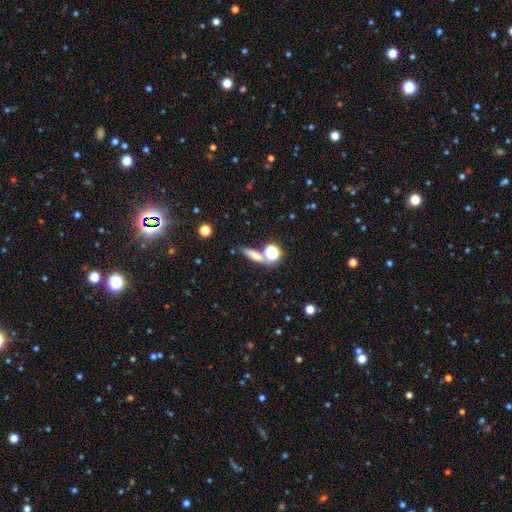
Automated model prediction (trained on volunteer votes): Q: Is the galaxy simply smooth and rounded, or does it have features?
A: smooth — 61%.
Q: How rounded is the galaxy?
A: cigar-shaped — 62%.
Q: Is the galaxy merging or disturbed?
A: none — 71%.